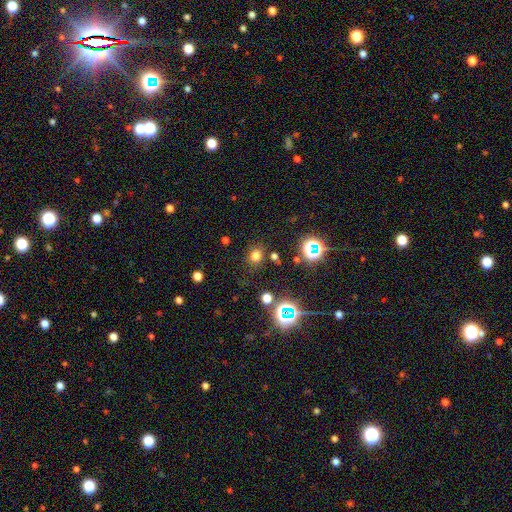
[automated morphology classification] A smooth galaxy with no disk features (68%) that is round (75%).

Vote fractions:
- Smooth or featured? smooth: 68% / star or artifact: 25% / featured or disk: 6%
- How rounded? round: 75% / in between: 24% / cigar-shaped: 1%
- Merging? none: 82% / minor disturbance: 11% / major disturbance: 4% / merger: 4%